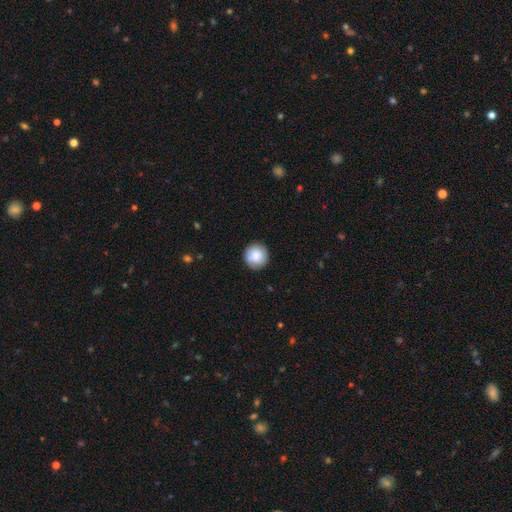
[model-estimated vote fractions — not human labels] Smooth or featured?
  - smooth: 85% *
  - featured or disk: 8%
  - star or artifact: 7%
How rounded?
  - round: 95% *
  - in between: 4%
  - cigar-shaped: 1%
Merging?
  - none: 88% *
  - minor disturbance: 9%
  - major disturbance: 2%
  - merger: 1%